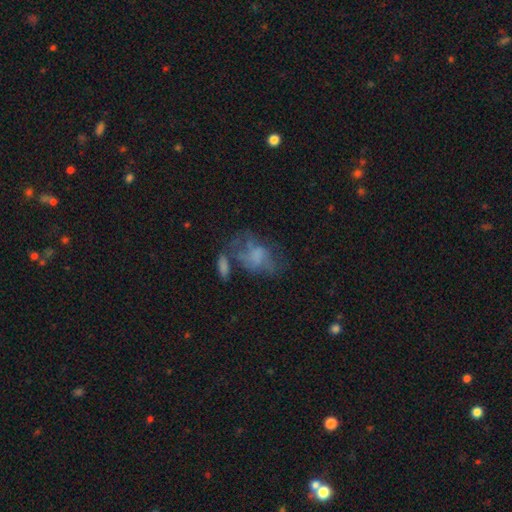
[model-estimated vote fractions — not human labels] This appears to be a smooth galaxy with no disk features (47%). Merging: major disturbance (31%, tied with none).